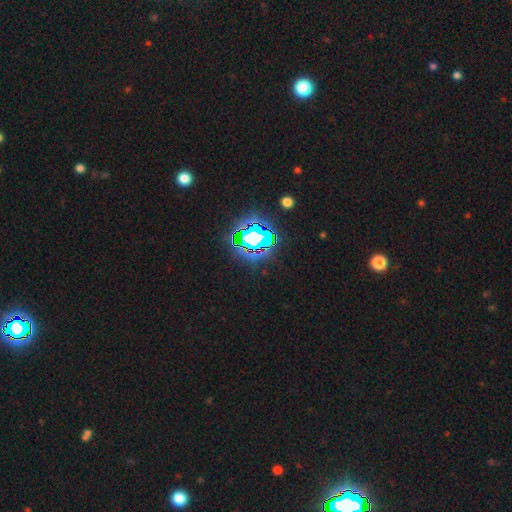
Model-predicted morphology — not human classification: A star or artifact, not a galaxy (82%).

Vote fractions:
- Smooth or featured? star or artifact: 82% / smooth: 11% / featured or disk: 7%